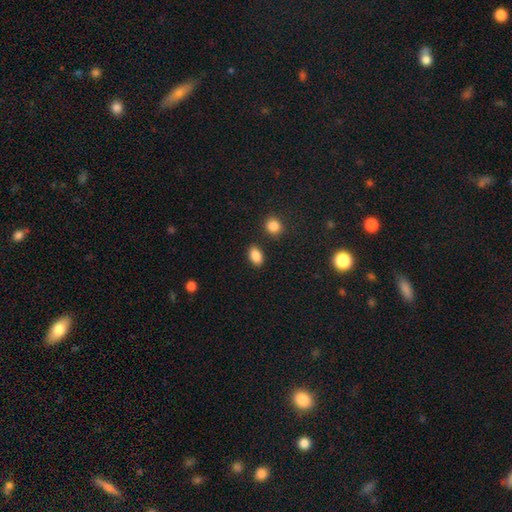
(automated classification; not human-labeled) A smooth galaxy with no disk features (87%) that is in between round and cigar-shaped (86%). Merging: none (85%).